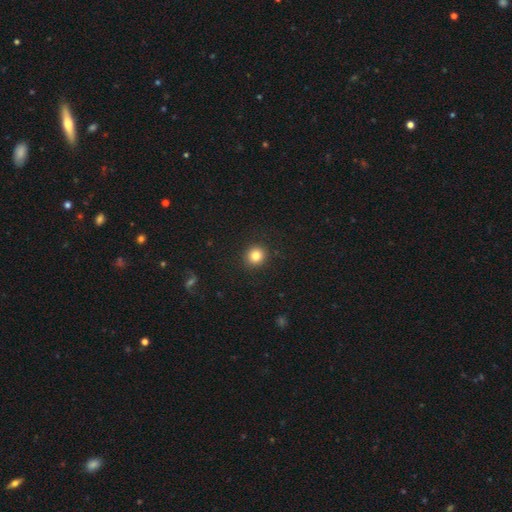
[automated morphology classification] Smooth or featured: smooth — 83% (star or artifact — 11%)
How rounded: round — 88% (in between — 11%)
Merging: none — 92% (minor disturbance — 5%)